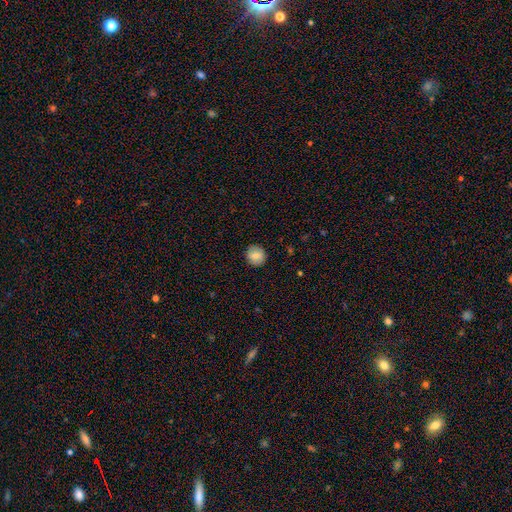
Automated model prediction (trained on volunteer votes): Morphology: type=smooth (82%); roundness=round (90%); merging=none (90%).